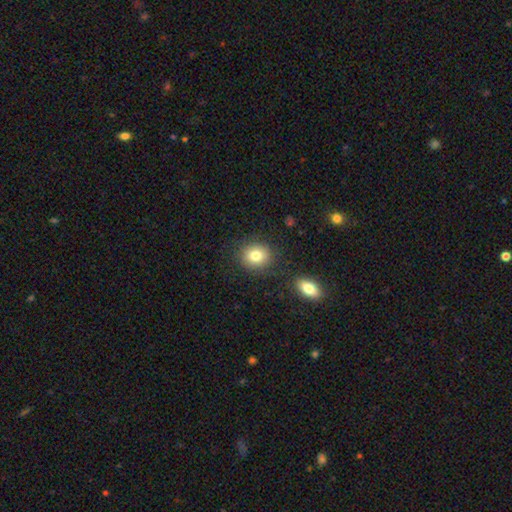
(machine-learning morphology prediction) smooth-or-featured: smooth: 81% | star or artifact: 10% | featured or disk: 9%
  how-rounded: round: 75% | in between: 24% | cigar-shaped: 1%
  merging: none: 84% | minor disturbance: 9% | merger: 4% | major disturbance: 3%